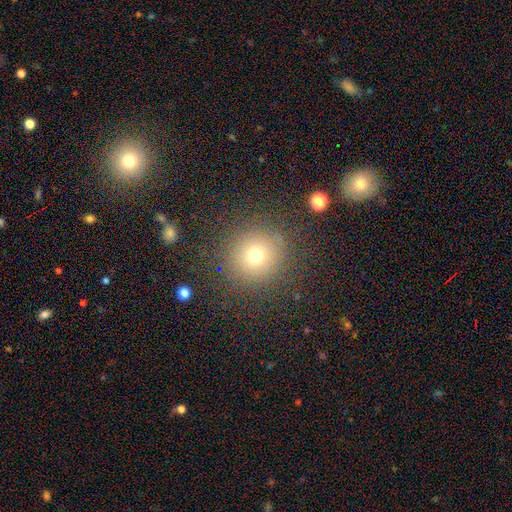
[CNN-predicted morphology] This appears to be a smooth galaxy with no disk features (72%) that is round (93%). Merging: none (86%).